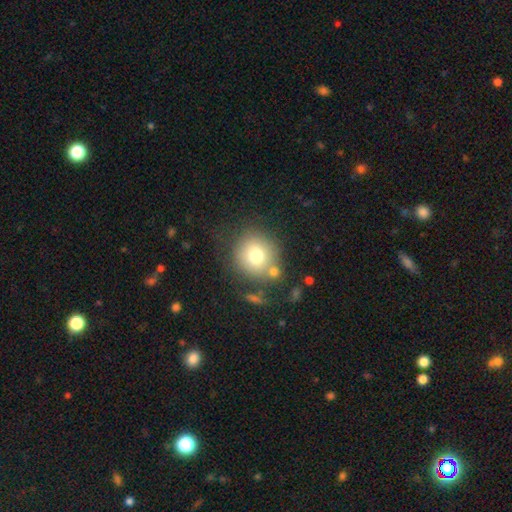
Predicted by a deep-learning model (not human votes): This is likely a smooth galaxy (74%). How rounded: clearly round (90%). Merging: likely none (70%).